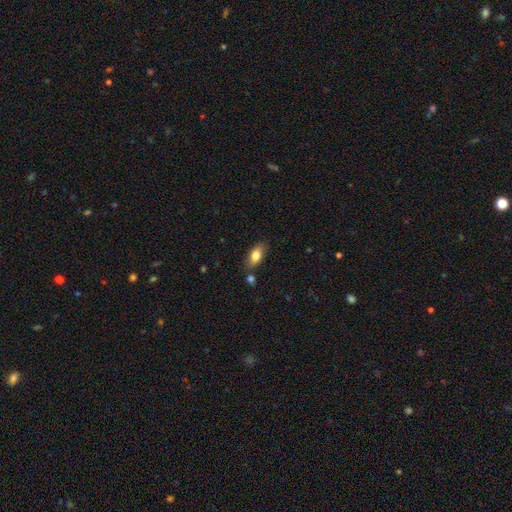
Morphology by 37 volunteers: Smooth or featured?
  - smooth: 84% *
  - featured or disk: 16%
  - star or artifact: 0%
How rounded?
  - in between: 90% *
  - cigar-shaped: 6%
  - round: 3%
Merging?
  - none: 78% *
  - minor disturbance: 14%
  - merger: 5%
  - major disturbance: 3%